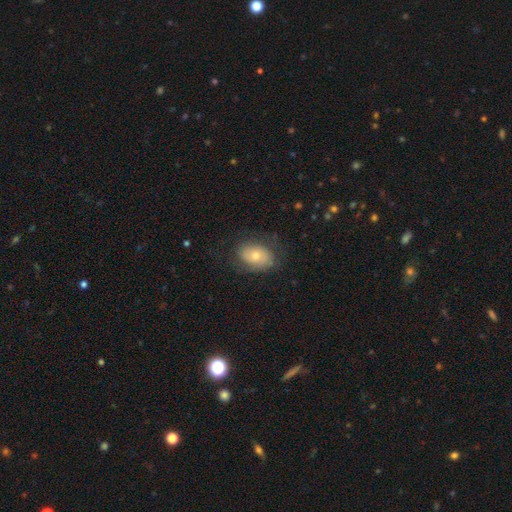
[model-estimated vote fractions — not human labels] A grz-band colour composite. It shows a smooth galaxy with no disk features (64%) that is in between round and cigar-shaped (80%). Merging: none (71%).